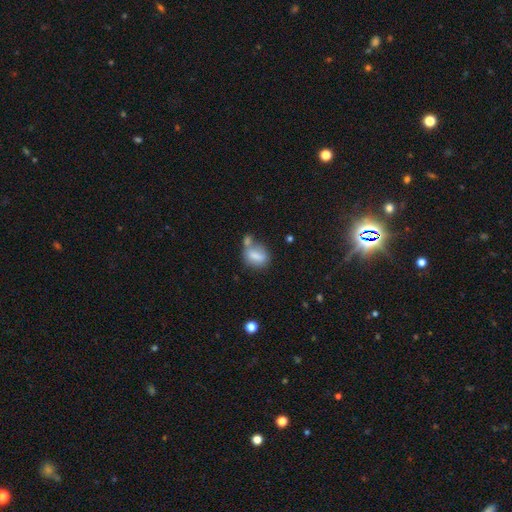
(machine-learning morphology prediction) type=smooth (75%); roundness=in between (66%); merging=none (40%).